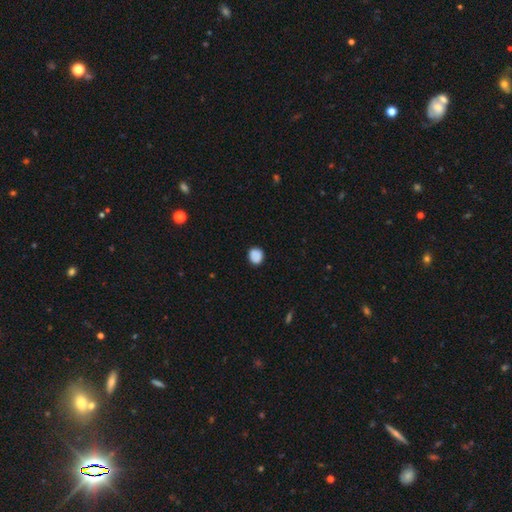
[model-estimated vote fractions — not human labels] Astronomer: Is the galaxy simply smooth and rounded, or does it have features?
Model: smooth — 85%.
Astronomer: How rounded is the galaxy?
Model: round — 72%.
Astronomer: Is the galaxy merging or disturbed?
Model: none — 83%.